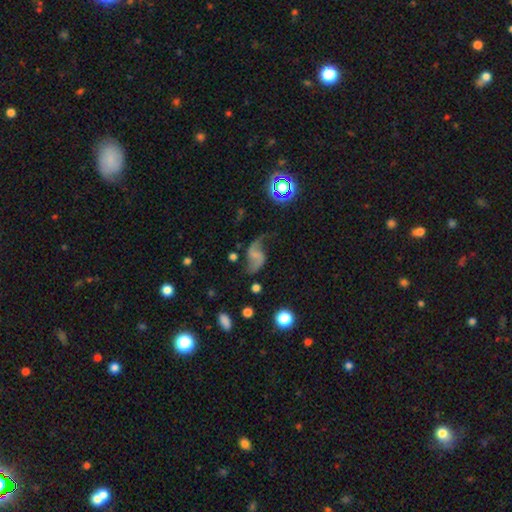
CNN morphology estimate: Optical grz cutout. It shows a featured or disk galaxy (75%) with no bar (48%), 2 (90%) loose (83%) spiral arms (92%) and no central bulge (43%). Merging: none (56%).